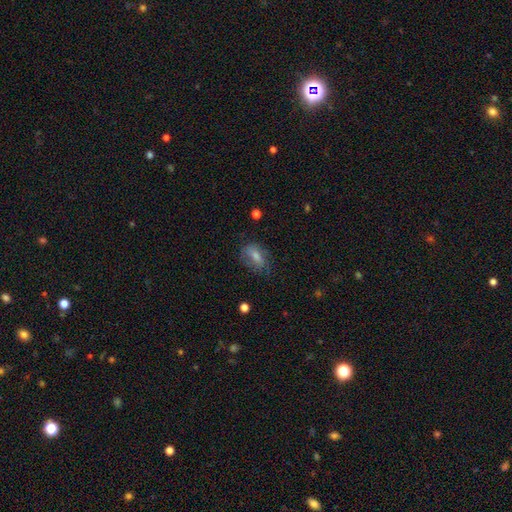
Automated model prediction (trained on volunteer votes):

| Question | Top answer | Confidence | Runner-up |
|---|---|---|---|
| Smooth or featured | smooth | 67% | featured or disk (24%) |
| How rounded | in between | 83% | round (12%) |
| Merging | none | 61% | minor disturbance (26%) |